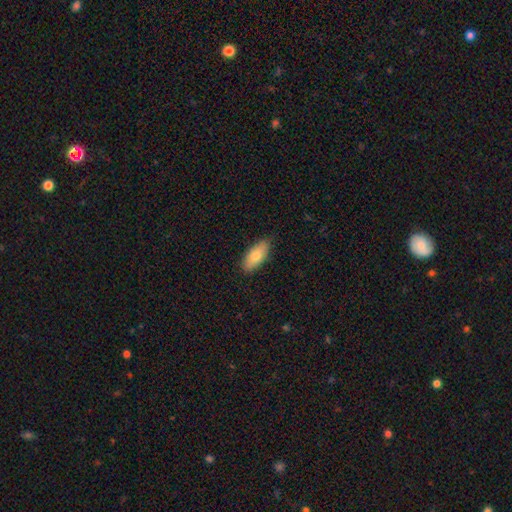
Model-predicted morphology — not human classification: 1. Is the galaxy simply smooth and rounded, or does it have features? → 77% smooth, 17% featured or disk, 6% star or artifact.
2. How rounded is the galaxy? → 84% in between, 13% cigar-shaped, 2% round.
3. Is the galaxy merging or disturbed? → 85% none, 12% minor disturbance, 2% major disturbance, 1% merger.